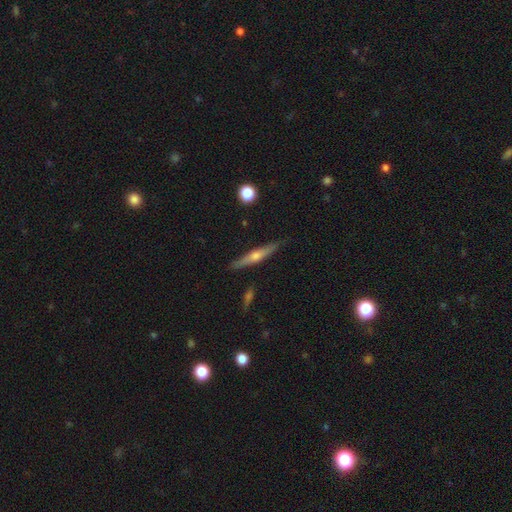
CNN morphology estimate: type=featured or disk (69%); edge-on=yes (97%); edge-on bulge=rounded (88%); merging=none (88%).